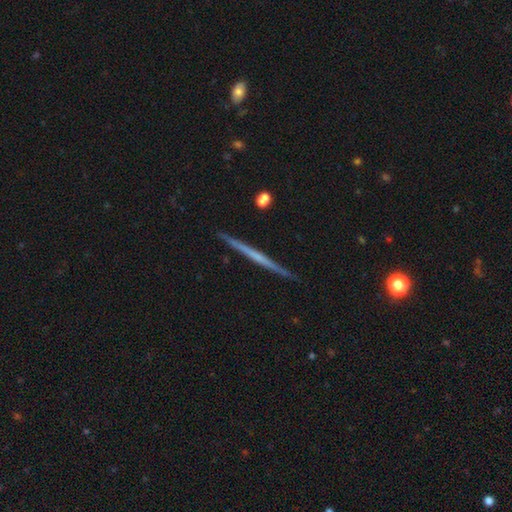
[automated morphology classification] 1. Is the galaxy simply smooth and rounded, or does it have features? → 65% featured or disk, 30% smooth, 6% star or artifact.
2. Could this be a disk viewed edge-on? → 98% yes, 2% no.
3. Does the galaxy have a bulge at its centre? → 85% none, 10% rounded, 4% boxy.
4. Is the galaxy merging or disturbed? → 92% none, 6% minor disturbance, 1% major disturbance, 1% merger.